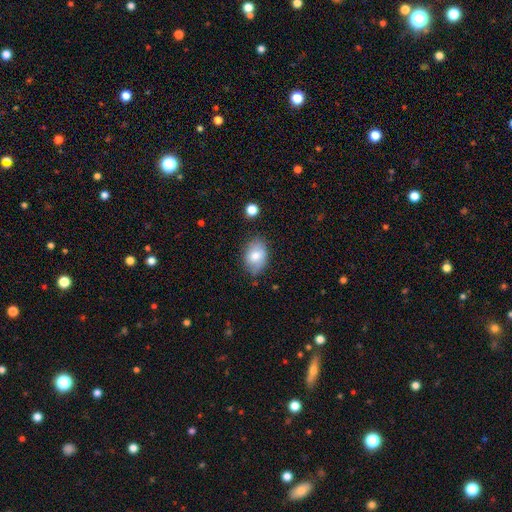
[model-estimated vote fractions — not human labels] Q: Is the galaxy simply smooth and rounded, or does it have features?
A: smooth — 73%.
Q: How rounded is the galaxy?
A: in between — 81%.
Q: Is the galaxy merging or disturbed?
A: none — 71%.